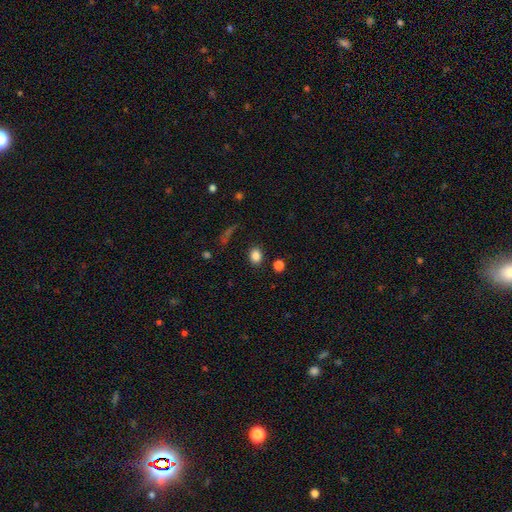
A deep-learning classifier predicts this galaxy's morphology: The model was most divided on "how rounded": in between: 57%, round: 42%, cigar-shaped: 1%. More confident: merging — none (85%); smooth or featured — smooth (85%).